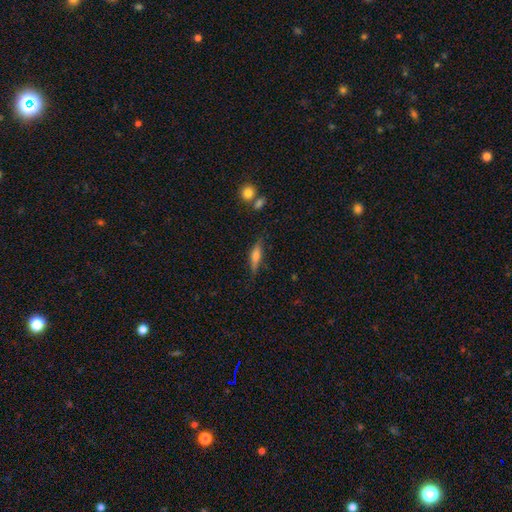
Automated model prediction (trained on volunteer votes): Smooth or featured: smooth — 50% (featured or disk — 42%)
Merging: none — 77% (minor disturbance — 16%)